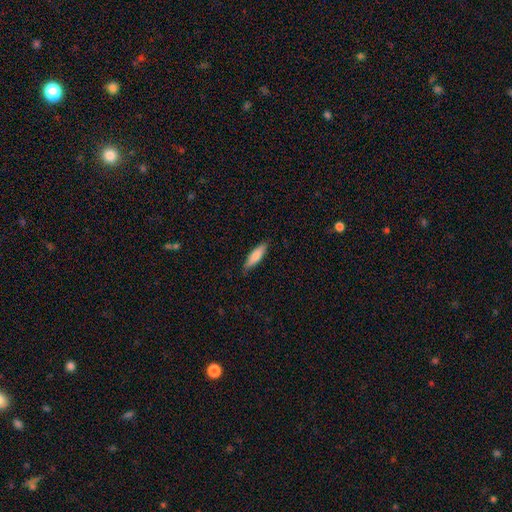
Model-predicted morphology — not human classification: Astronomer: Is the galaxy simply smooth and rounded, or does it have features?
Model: smooth — 79%.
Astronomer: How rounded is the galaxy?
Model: cigar-shaped — 61% (runner-up: in between, 38%).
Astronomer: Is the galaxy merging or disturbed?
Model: none — 84%.